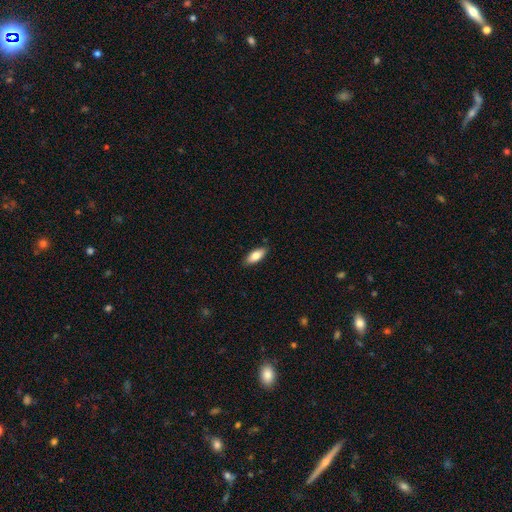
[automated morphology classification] smooth_or_featured: smooth (p=0.79) [alt: featured or disk p=0.15]
how_rounded: in between (p=0.80) [alt: cigar-shaped p=0.18]
merging: none (p=0.86) [alt: minor disturbance p=0.11]